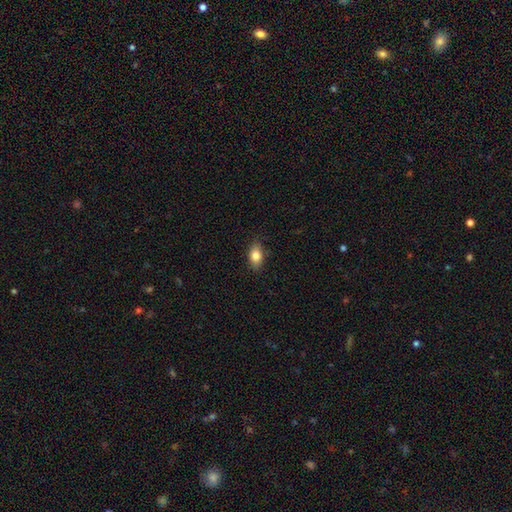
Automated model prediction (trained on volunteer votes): Smooth or featured? smooth (83%)
How rounded? in between (85%)
Merging? none (84%)